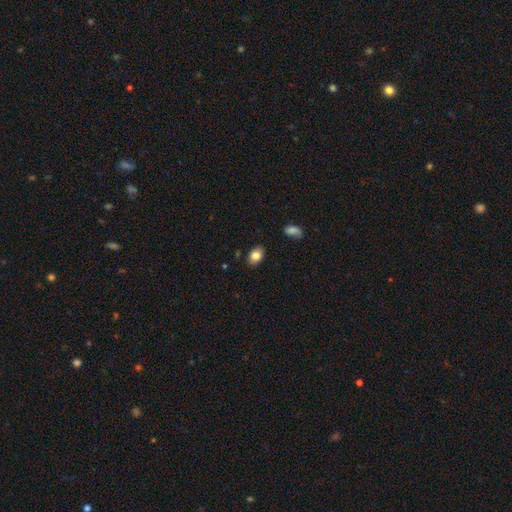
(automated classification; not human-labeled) smooth_or_featured: smooth (p=0.83) [alt: featured or disk p=0.09]
how_rounded: in between (p=0.83) [alt: round p=0.15]
merging: none (p=0.85) [alt: minor disturbance p=0.11]